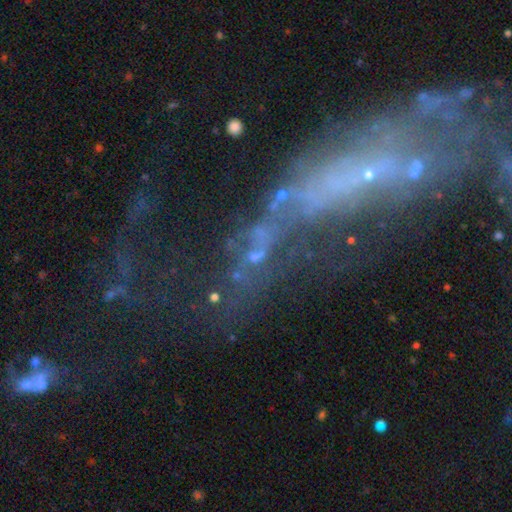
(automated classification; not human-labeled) smooth_or_featured: featured or disk (p=0.57) [alt: star or artifact p=0.23]
disk_edge_on: no (p=0.79) [alt: yes p=0.21]
merging: major disturbance (p=0.37) [alt: none p=0.31]